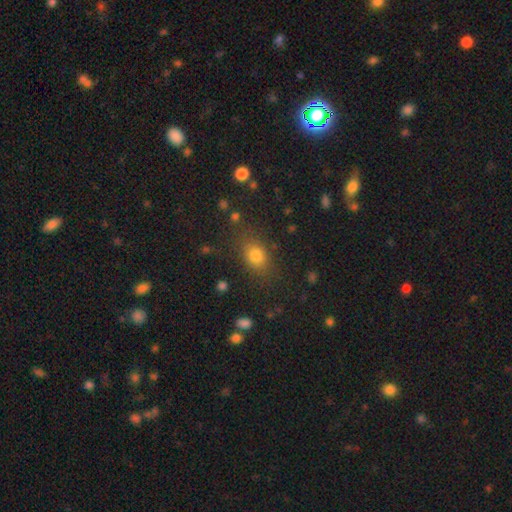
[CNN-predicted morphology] Overall: smooth (77%). How rounded: in between (60%; round 37%). Merging: none (81%).